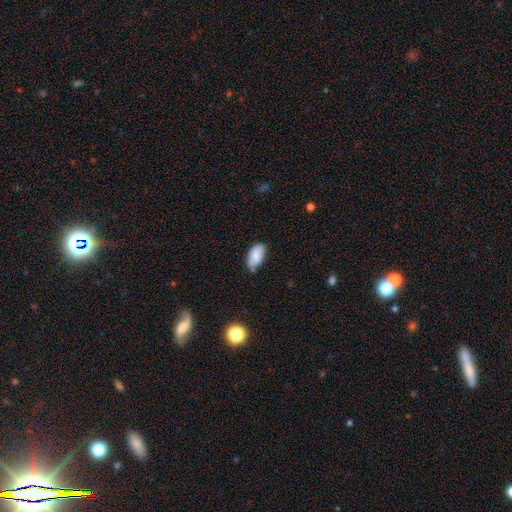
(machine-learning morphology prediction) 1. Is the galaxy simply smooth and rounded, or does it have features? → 83% smooth, 10% featured or disk, 7% star or artifact.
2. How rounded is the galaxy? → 94% in between, 3% cigar-shaped, 3% round.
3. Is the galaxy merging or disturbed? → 62% none, 30% minor disturbance, 5% major disturbance, 3% merger.